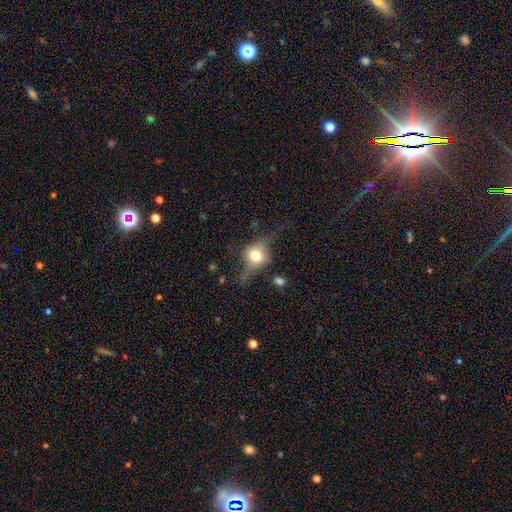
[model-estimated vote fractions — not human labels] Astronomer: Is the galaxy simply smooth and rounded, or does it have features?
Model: featured or disk — 46% (runner-up: smooth, 43%).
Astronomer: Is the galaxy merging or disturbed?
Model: none — 60%.